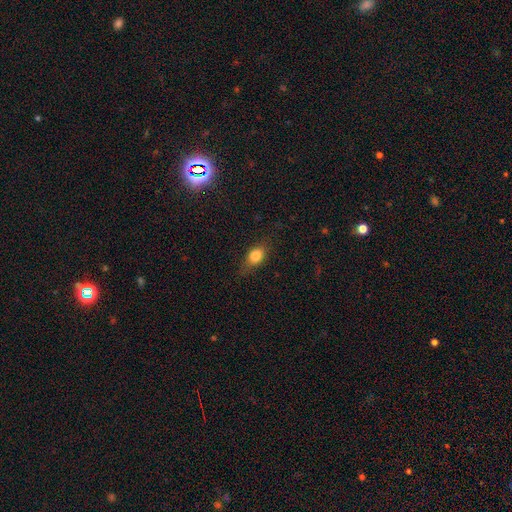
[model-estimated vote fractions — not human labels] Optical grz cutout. It shows a smooth galaxy with no disk features (77%) that is in between round and cigar-shaped (69%). Merging: none (75%).